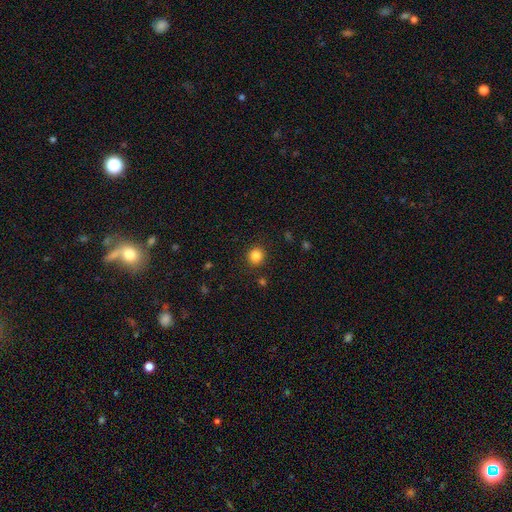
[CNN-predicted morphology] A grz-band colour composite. It shows a smooth galaxy with no disk features (84%) that is round (90%). Merging: none (90%).